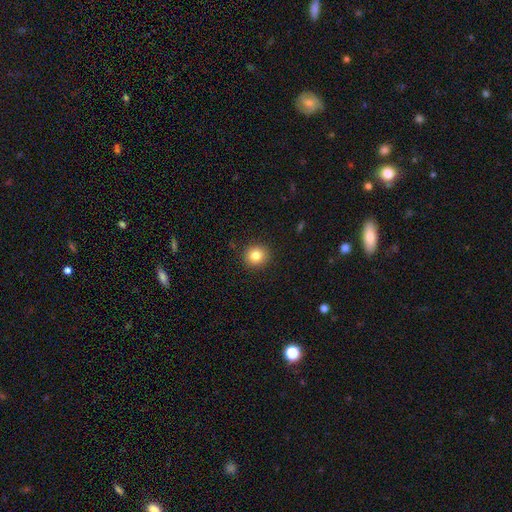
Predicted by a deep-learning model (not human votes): The model was most divided on "smooth or featured": smooth: 84%, star or artifact: 10%, featured or disk: 6%. More confident: merging — none (91%); how rounded — round (87%).